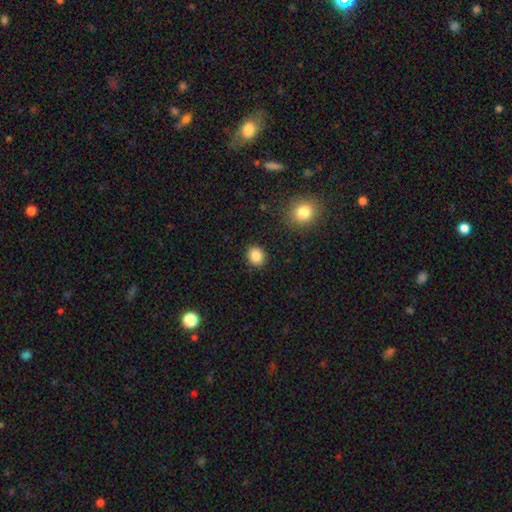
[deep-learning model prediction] smooth-or-featured: smooth: 87% | star or artifact: 10% | featured or disk: 3%
  how-rounded: round: 78% | in between: 21% | cigar-shaped: 1%
  merging: none: 90% | minor disturbance: 6% | major disturbance: 2% | merger: 1%